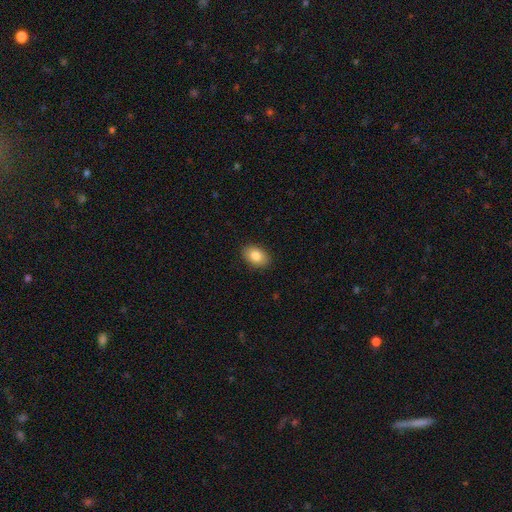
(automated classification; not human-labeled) Q: Smooth or featured?
A: smooth (84%); runner-up: featured or disk (9%)
Q: How rounded?
A: in between (83%); runner-up: round (16%)
Q: Merging?
A: none (89%); runner-up: minor disturbance (8%)